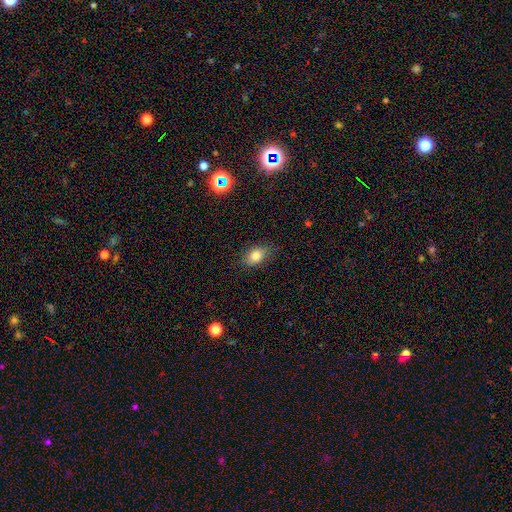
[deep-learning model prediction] The model was most divided on "merging": none: 77%, minor disturbance: 18%, major disturbance: 4%, merger: 1%. More confident: how rounded — in between (82%); smooth or featured — smooth (80%).